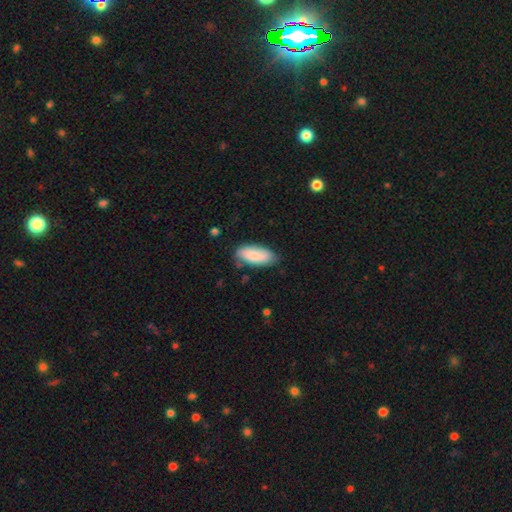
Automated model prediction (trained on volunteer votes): smooth-or-featured: smooth: 83% | featured or disk: 11% | star or artifact: 6%
  how-rounded: in between: 87% | cigar-shaped: 11% | round: 2%
  merging: none: 73% | minor disturbance: 21% | major disturbance: 4% | merger: 2%